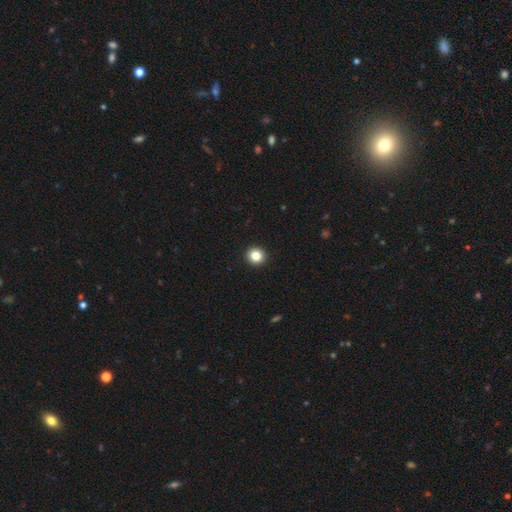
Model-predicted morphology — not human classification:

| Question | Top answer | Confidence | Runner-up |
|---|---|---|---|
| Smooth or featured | smooth | 84% | star or artifact (11%) |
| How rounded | round | 93% | in between (6%) |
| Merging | none | 94% | minor disturbance (4%) |